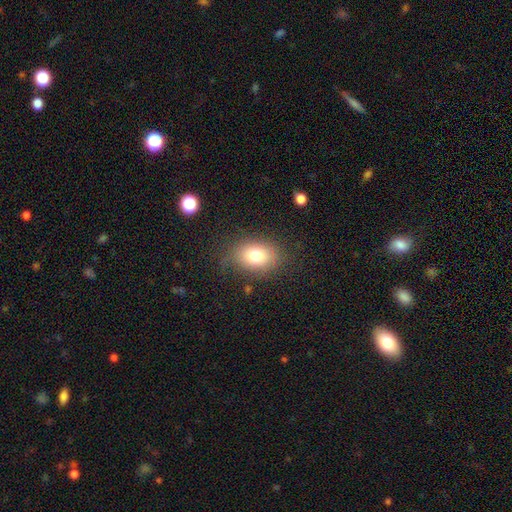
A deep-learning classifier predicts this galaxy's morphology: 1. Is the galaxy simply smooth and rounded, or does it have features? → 77% smooth, 13% featured or disk, 10% star or artifact.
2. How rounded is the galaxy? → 74% in between, 25% round, 1% cigar-shaped.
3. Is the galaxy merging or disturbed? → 75% none, 17% minor disturbance, 7% major disturbance, 2% merger.